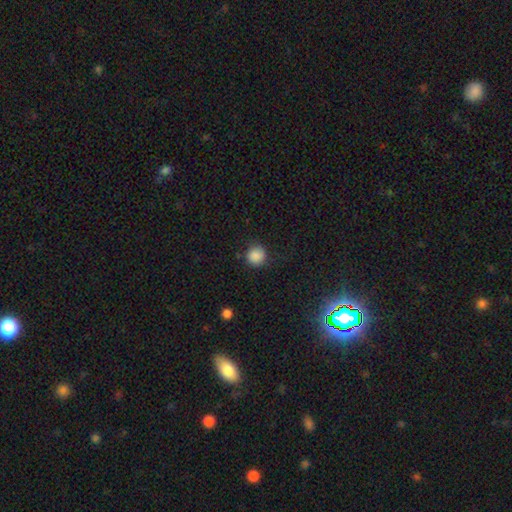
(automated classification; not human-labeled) Smooth or featured?
  - smooth: 87% *
  - star or artifact: 10%
  - featured or disk: 3%
How rounded?
  - round: 92% *
  - in between: 7%
  - cigar-shaped: 1%
Merging?
  - none: 82% *
  - minor disturbance: 12%
  - major disturbance: 4%
  - merger: 2%